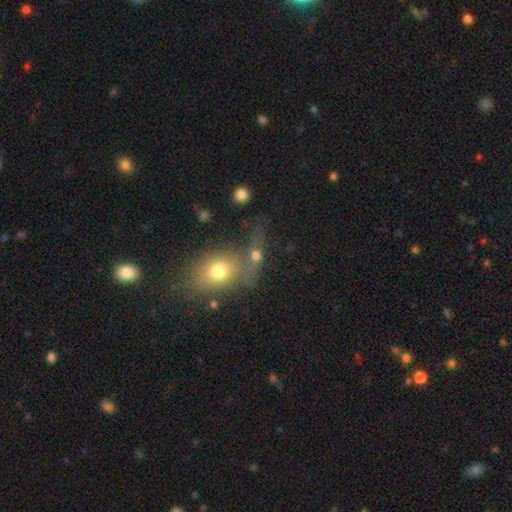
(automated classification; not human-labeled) smooth 63%, star or artifact 19%, featured or disk 18%. Down the decision tree: how rounded — round (47%); merging — merger (44%).